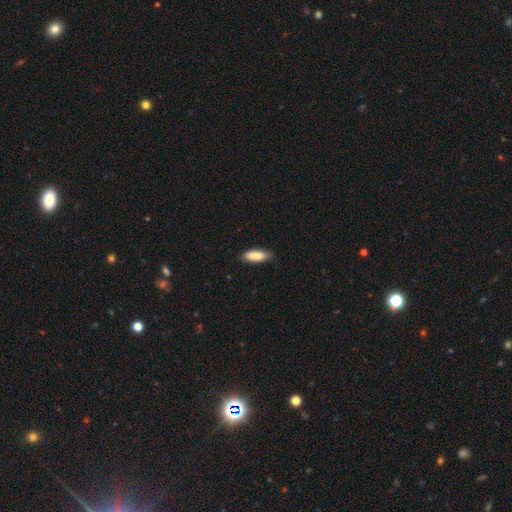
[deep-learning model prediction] smooth 87%, featured or disk 8%, star or artifact 6%. Down the decision tree: how rounded — in between (64%); merging — none (81%).